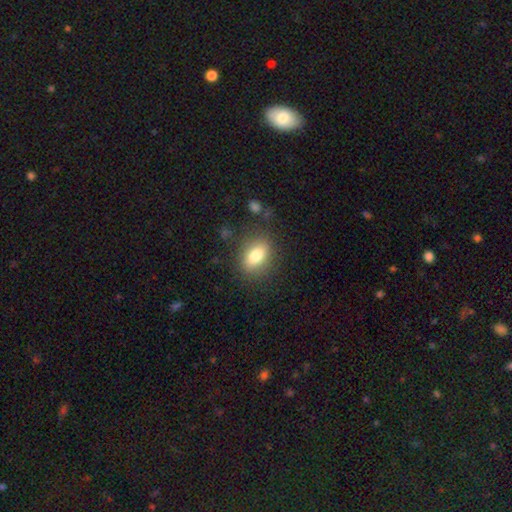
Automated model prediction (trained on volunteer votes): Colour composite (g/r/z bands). It shows a smooth galaxy with no disk features (80%) that is in between round and cigar-shaped (78%). Merging: none (80%).